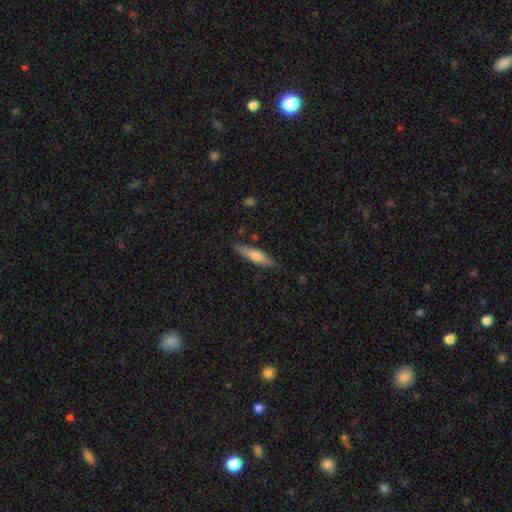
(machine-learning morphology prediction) Smooth or featured? Predicted: smooth (p=0.57). How rounded? Predicted: cigar-shaped (p=0.76). Merging? Predicted: none (p=0.84).